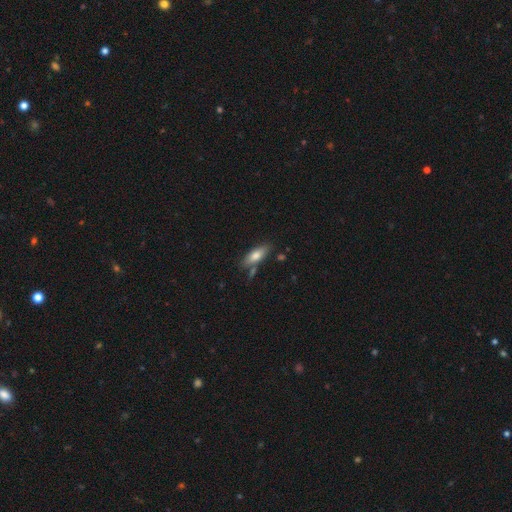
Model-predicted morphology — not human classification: This appears to be a smooth galaxy with no disk features (74%) that is in between round and cigar-shaped (68%). Merging: none (72%).